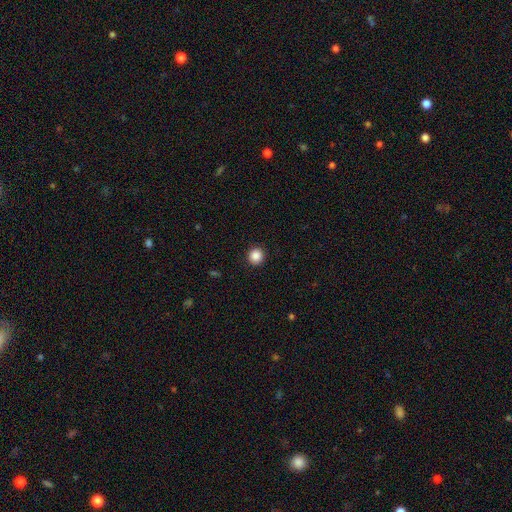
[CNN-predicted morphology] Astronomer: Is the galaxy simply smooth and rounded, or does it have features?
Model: smooth — 88%.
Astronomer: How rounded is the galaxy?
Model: round — 94%.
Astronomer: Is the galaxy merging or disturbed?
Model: none — 93%.